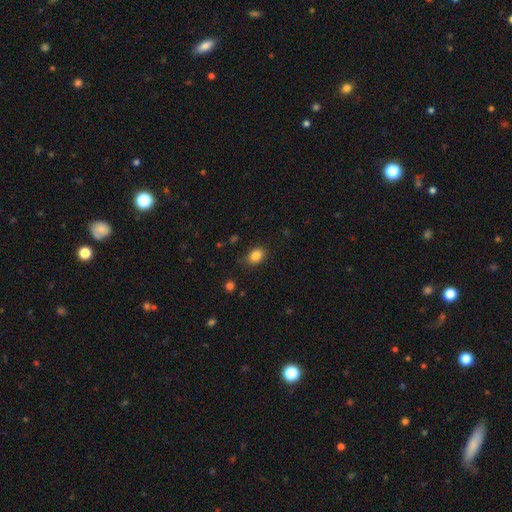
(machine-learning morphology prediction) Overall: smooth (86%). How rounded: in between (75%). Merging: none (82%).